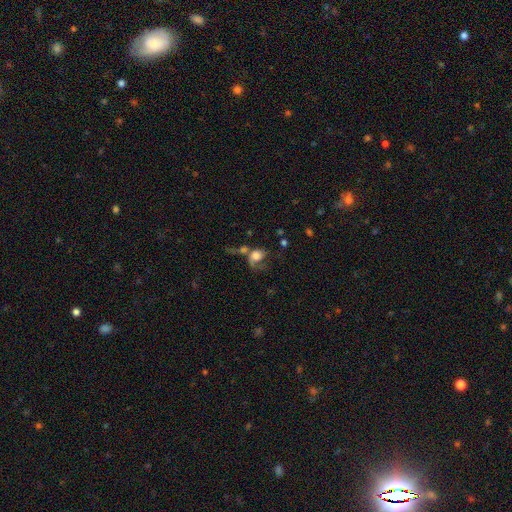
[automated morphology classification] A smooth galaxy with no disk features (54%) that is round (50%).

Vote fractions:
- Smooth or featured? smooth: 54% / featured or disk: 35% / star or artifact: 11%
- How rounded? round: 50% / in between: 49% / cigar-shaped: 2%
- Merging? major disturbance: 36% / merger: 32% / none: 19% / minor disturbance: 12%